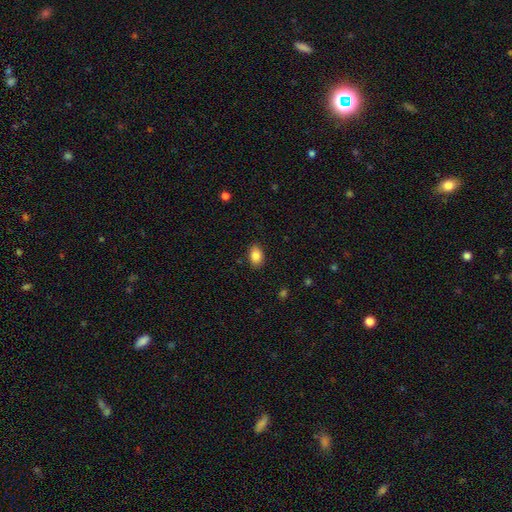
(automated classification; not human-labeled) Smooth or featured: smooth — 86% (star or artifact — 8%)
How rounded: in between — 82% (round — 17%)
Merging: none — 86% (minor disturbance — 10%)